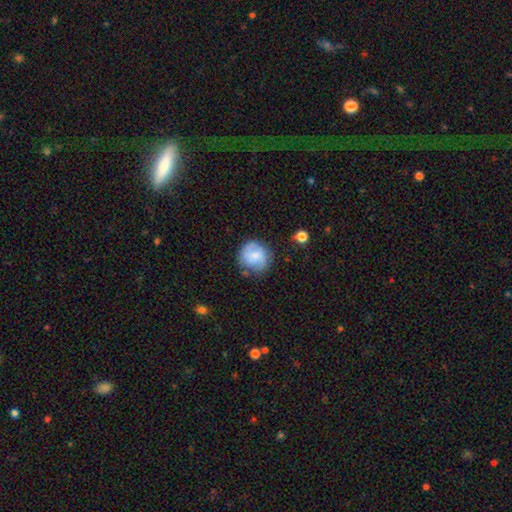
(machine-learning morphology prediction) Q: Smooth or featured?
A: smooth (56%); runner-up: featured or disk (37%)
Q: How rounded?
A: round (84%); runner-up: in between (15%)
Q: Merging?
A: none (65%); runner-up: minor disturbance (23%)